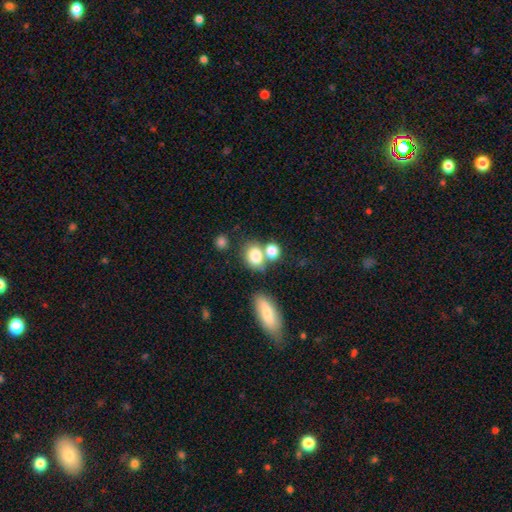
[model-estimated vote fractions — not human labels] smooth_or_featured: smooth (p=0.80) [alt: featured or disk p=0.10]
how_rounded: in between (p=0.53) [alt: round p=0.46]
merging: none (p=0.46) [alt: merger p=0.38]